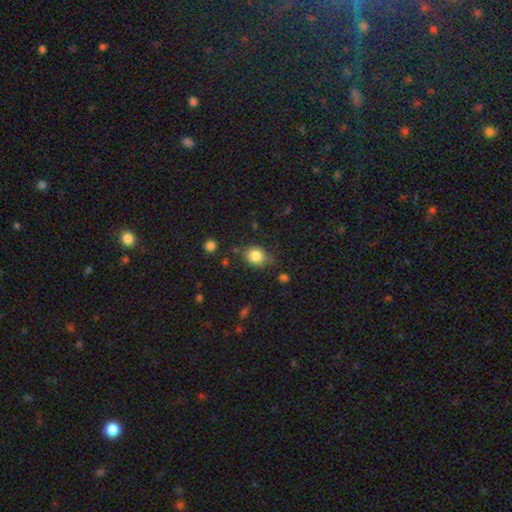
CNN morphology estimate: Smooth or featured?
  - smooth: 83% *
  - star or artifact: 10%
  - featured or disk: 7%
How rounded?
  - round: 62% *
  - in between: 36%
  - cigar-shaped: 1%
Merging?
  - none: 64% *
  - minor disturbance: 25%
  - major disturbance: 7%
  - merger: 4%